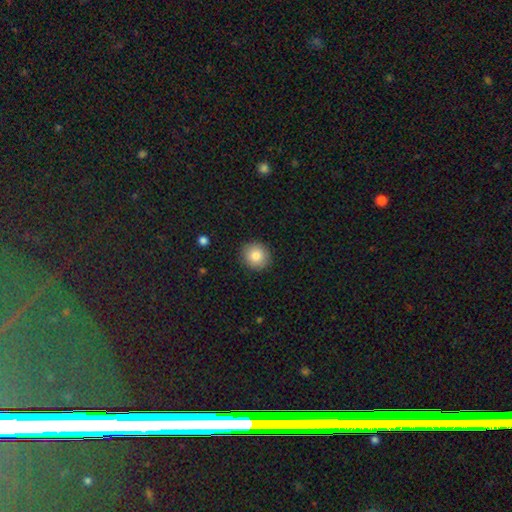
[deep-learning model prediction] smooth_or_featured: smooth (p=0.84) [alt: star or artifact p=0.08]
how_rounded: round (p=0.87) [alt: in between p=0.12]
merging: none (p=0.90) [alt: minor disturbance p=0.07]